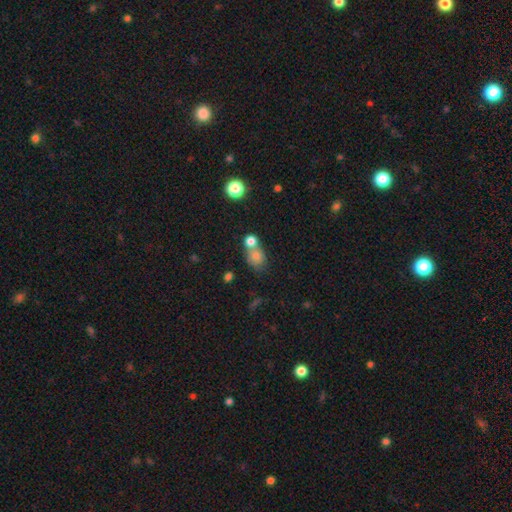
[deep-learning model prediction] This appears to be a smooth galaxy with no disk features (76%) that is round (65%). Merging: merger (46%).